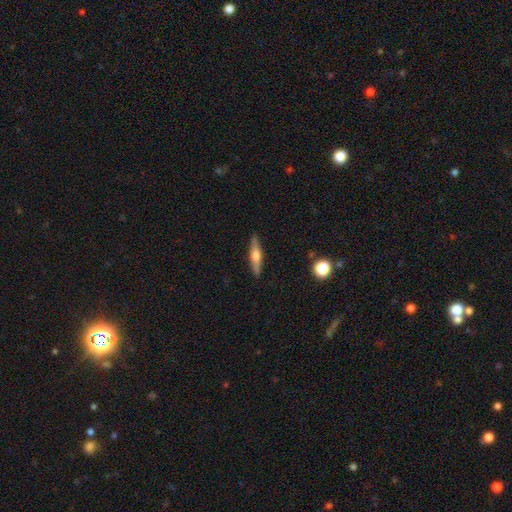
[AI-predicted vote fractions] A featured or disk galaxy (55%) viewed edge-on (95%) with a rounded central bulge (90%). Merging: none (89%).